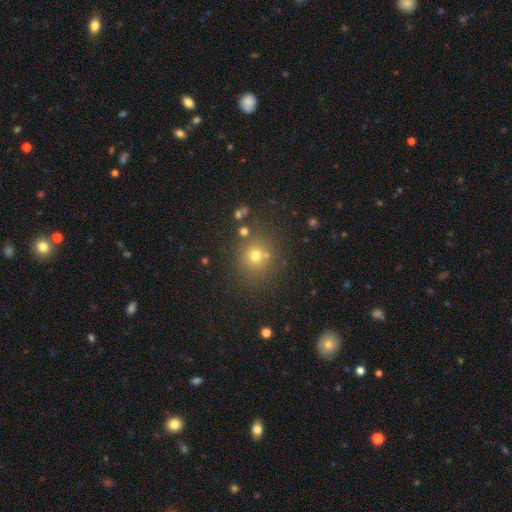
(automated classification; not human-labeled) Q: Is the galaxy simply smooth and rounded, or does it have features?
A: smooth — 67%.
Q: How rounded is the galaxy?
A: round — 87%.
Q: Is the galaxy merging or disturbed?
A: none — 75%.